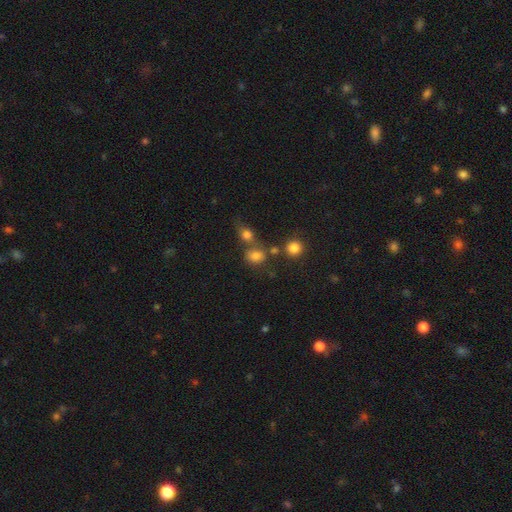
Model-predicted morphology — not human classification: This appears to be a smooth galaxy with no disk features (76%) that is round (59%). Merging: none (55%).